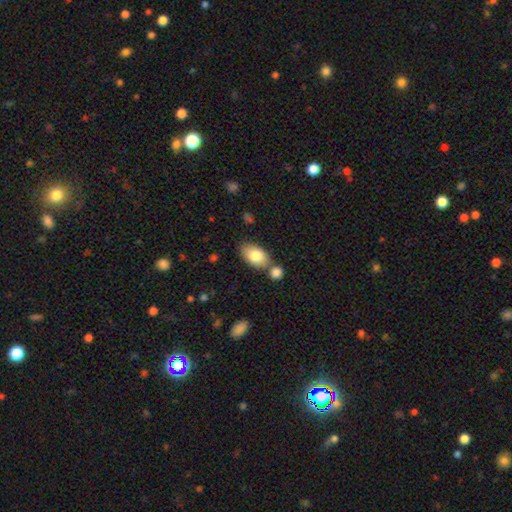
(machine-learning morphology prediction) type=smooth (81%); roundness=in between (91%); merging=none (63%).